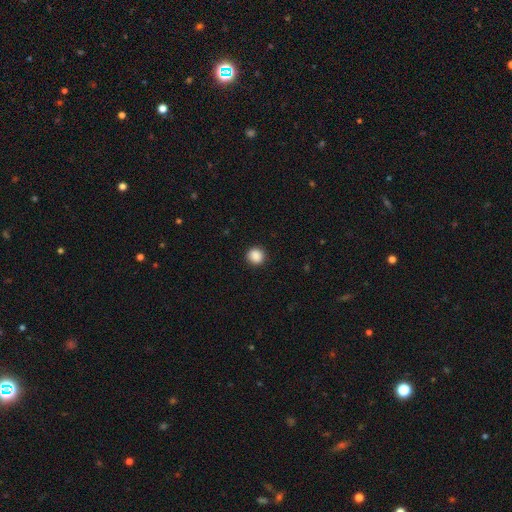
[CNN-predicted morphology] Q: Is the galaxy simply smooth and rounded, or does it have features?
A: smooth — 89%.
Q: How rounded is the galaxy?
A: round — 90%.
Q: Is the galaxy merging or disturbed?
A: none — 91%.